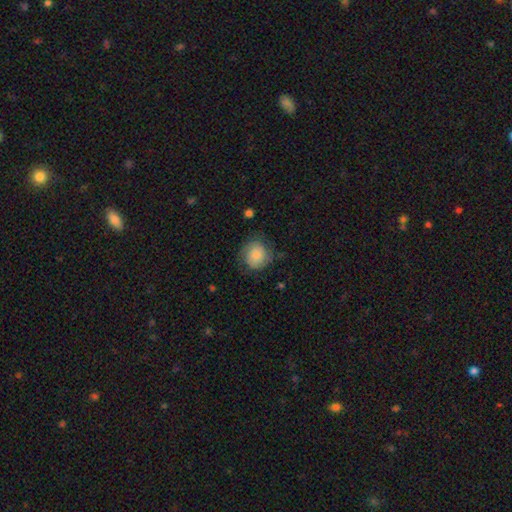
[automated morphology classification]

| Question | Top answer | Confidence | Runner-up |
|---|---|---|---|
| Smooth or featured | smooth | 72% | featured or disk (19%) |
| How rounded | round | 82% | in between (17%) |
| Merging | none | 67% | minor disturbance (23%) |